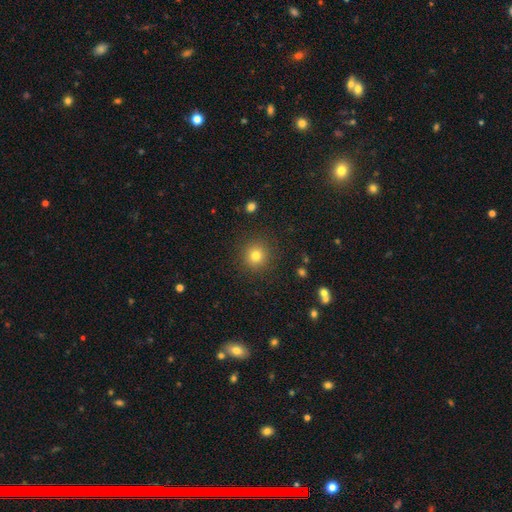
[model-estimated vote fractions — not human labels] Overall: smooth (79%). How rounded: round (93%). Merging: none (89%).